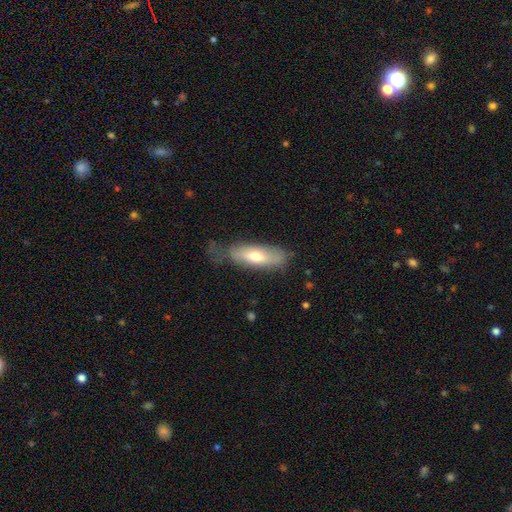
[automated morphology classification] type=smooth (61%); roundness=in between (63%); merging=none (57%).